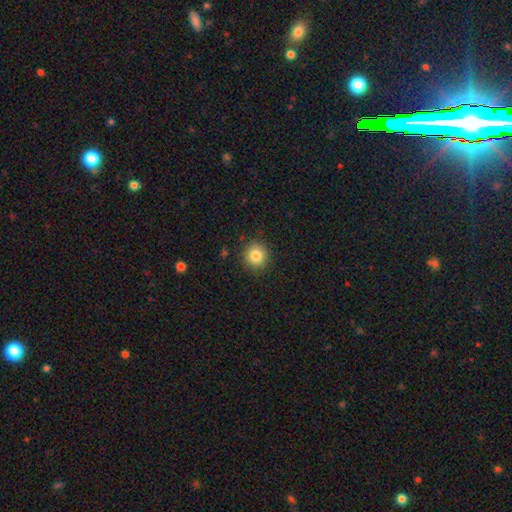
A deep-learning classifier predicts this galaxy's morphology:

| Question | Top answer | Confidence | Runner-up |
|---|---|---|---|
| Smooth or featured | smooth | 83% | star or artifact (10%) |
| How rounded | round | 92% | in between (7%) |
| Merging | none | 89% | minor disturbance (7%) |